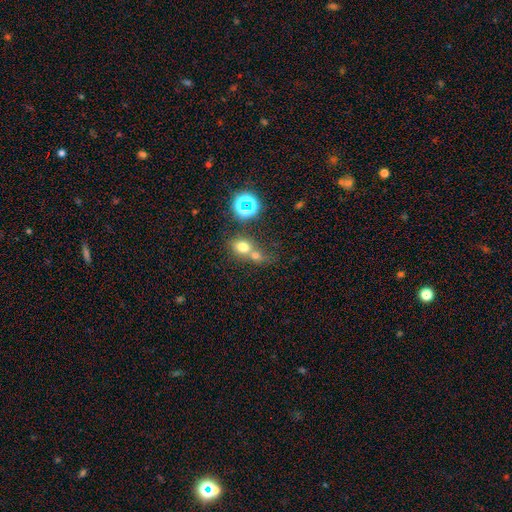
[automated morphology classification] smooth_or_featured: smooth (p=0.66) [alt: star or artifact p=0.21]
how_rounded: round (p=0.66) [alt: in between p=0.32]
merging: merger (p=0.47) [alt: none p=0.39]